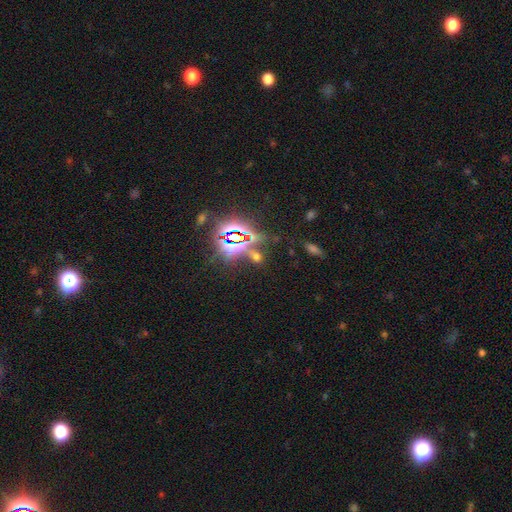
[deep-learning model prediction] Smooth or featured: star or artifact — 61% (smooth — 31%)